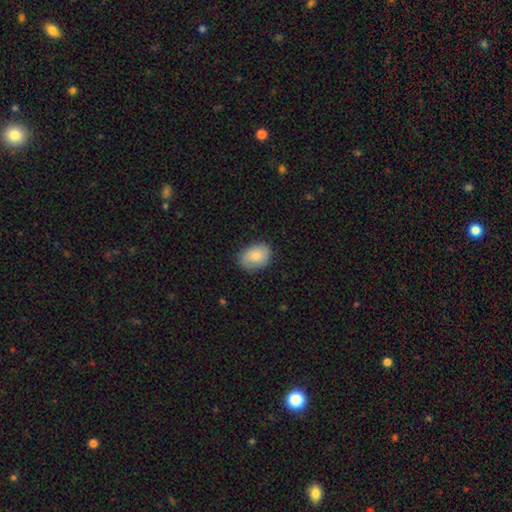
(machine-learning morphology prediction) This appears to be a smooth galaxy with no disk features (83%) that is in between round and cigar-shaped (75%). Merging: none (81%).